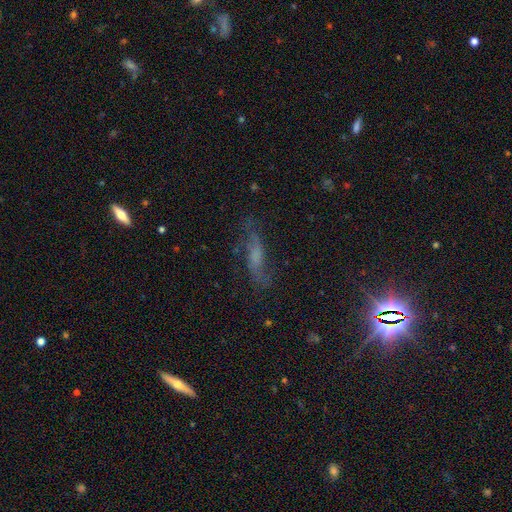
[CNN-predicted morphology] featured or disk 50%, smooth 28%, star or artifact 21%. Down the decision tree: edge-on disk — no (68%); merging — none (64%).